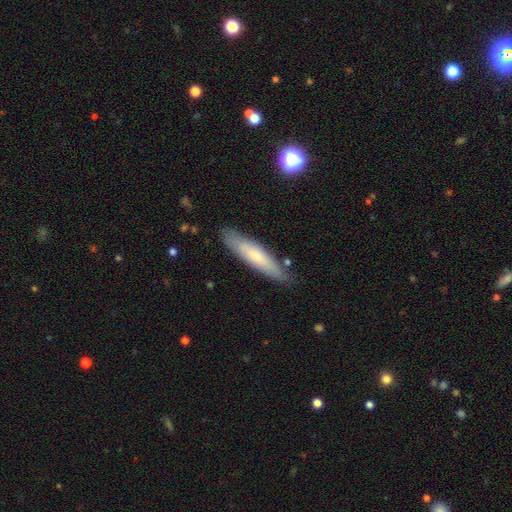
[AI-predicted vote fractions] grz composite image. It shows a smooth galaxy with no disk features (60%) that is cigar-shaped (82%). Merging: none (83%).